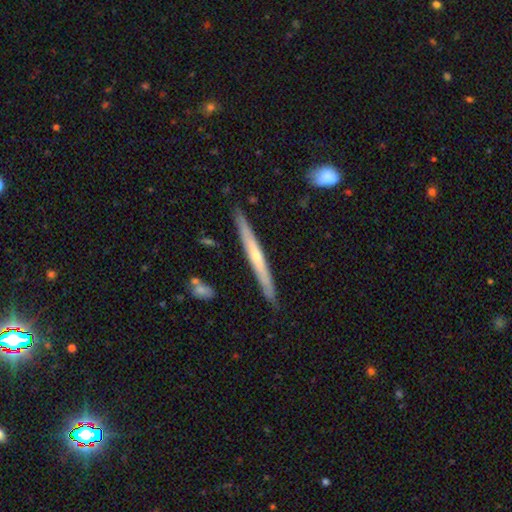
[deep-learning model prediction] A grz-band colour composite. It shows a featured or disk galaxy (62%) viewed edge-on (95%) with a rounded central bulge (54%). Merging: none (88%).